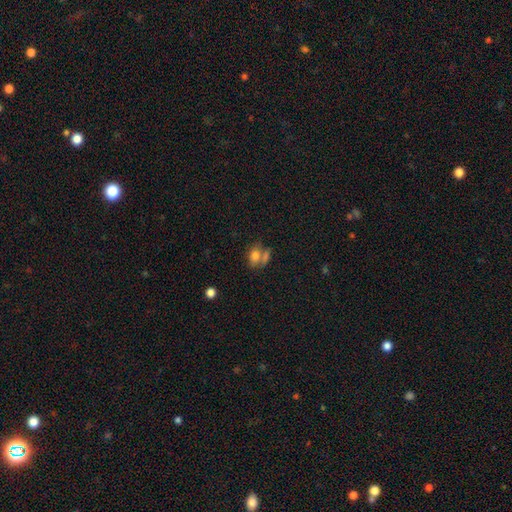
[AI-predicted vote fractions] smooth_or_featured: smooth (p=0.76) [alt: featured or disk p=0.12]
how_rounded: in between (p=0.74) [alt: round p=0.23]
merging: merger (p=0.40) [alt: none p=0.39]